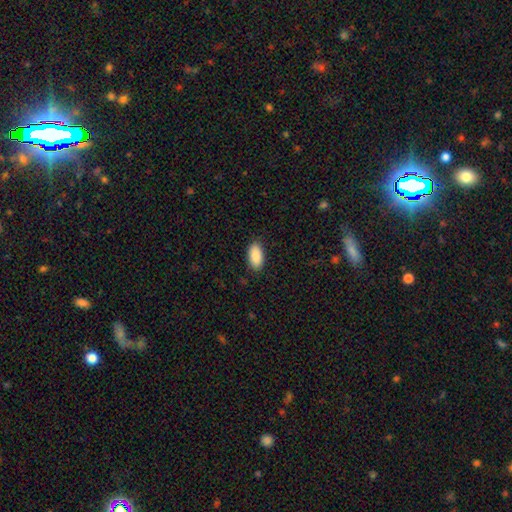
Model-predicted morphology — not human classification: smooth-or-featured: smooth: 91% | star or artifact: 6% | featured or disk: 3%
  how-rounded: in between: 95% | cigar-shaped: 3% | round: 2%
  merging: none: 87% | minor disturbance: 10% | major disturbance: 2% | merger: 1%